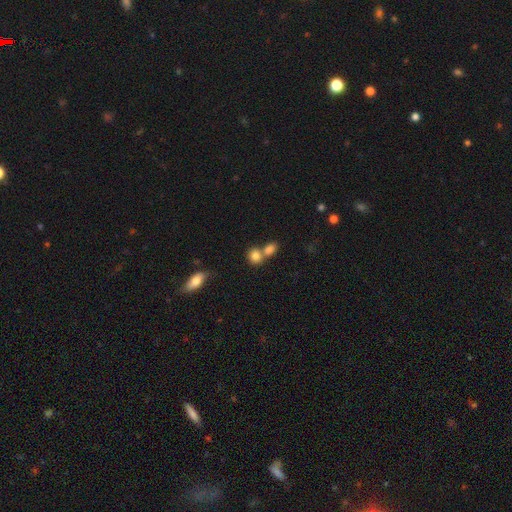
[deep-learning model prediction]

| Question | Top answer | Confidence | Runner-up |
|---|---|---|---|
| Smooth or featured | smooth | 82% | star or artifact (9%) |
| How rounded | round | 68% | in between (30%) |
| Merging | merger | 51% | none (39%) |